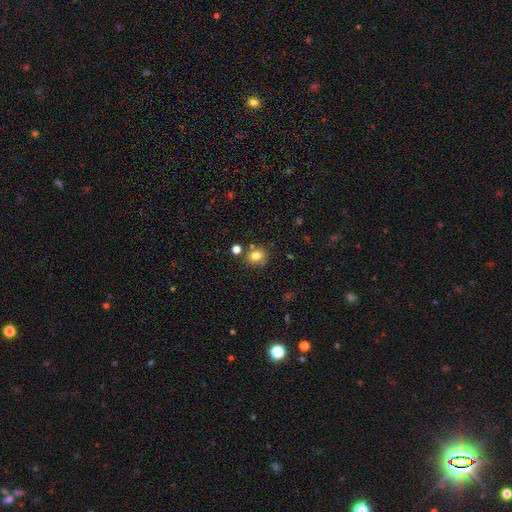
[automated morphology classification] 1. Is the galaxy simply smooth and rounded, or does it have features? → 79% smooth, 12% star or artifact, 9% featured or disk.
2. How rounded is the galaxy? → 66% round, 33% in between, 1% cigar-shaped.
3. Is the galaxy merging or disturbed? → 70% none, 15% minor disturbance, 10% merger, 4% major disturbance.